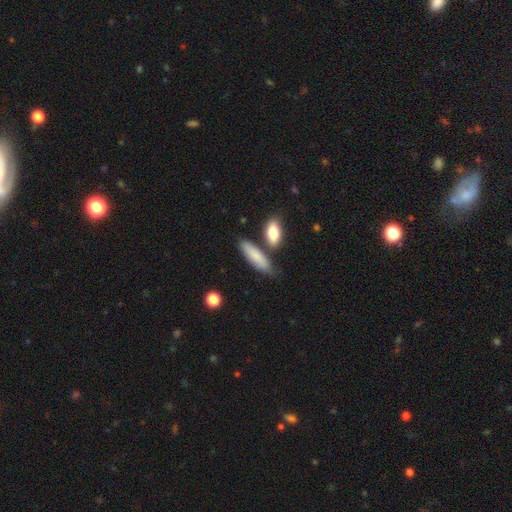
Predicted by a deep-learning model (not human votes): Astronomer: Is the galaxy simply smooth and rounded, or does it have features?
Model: smooth — 80%.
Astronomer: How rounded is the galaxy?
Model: cigar-shaped — 51% (runner-up: in between, 46%).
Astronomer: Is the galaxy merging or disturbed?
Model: none — 68%.